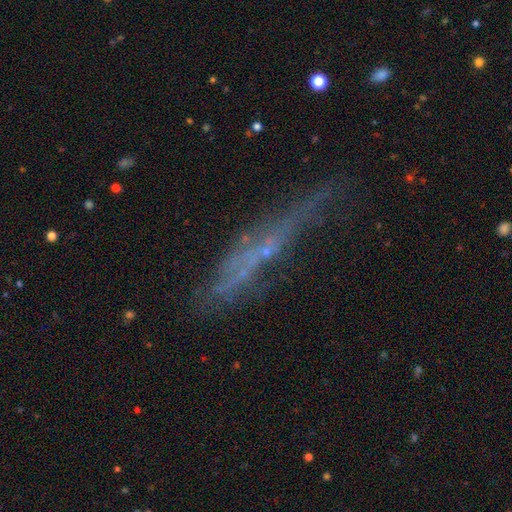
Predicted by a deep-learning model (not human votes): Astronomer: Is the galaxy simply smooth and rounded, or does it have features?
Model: featured or disk — 52% (runner-up: smooth, 32%).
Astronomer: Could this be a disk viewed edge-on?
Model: yes — 71%.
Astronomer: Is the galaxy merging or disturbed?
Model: none — 55%.